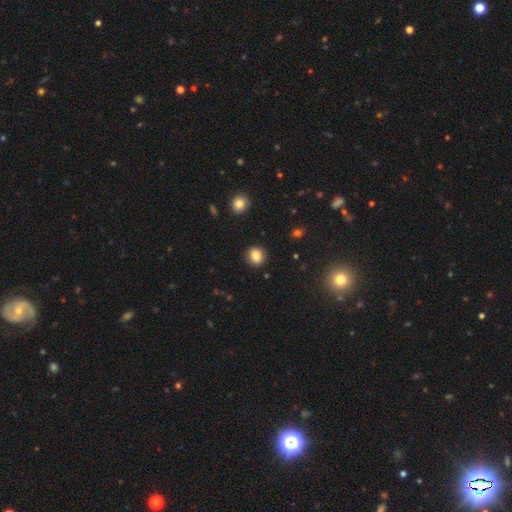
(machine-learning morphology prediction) This appears to be a smooth galaxy with no disk features (83%) that is round (83%). Merging: none (91%).